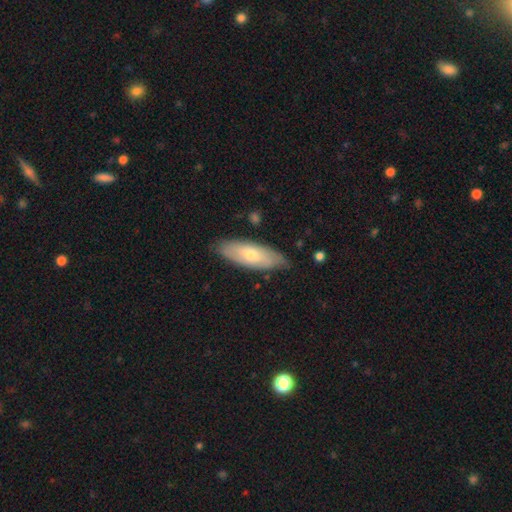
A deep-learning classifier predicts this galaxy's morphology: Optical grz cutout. It shows a smooth galaxy with no disk features (58%) that is in between round and cigar-shaped (67%). Merging: none (79%).